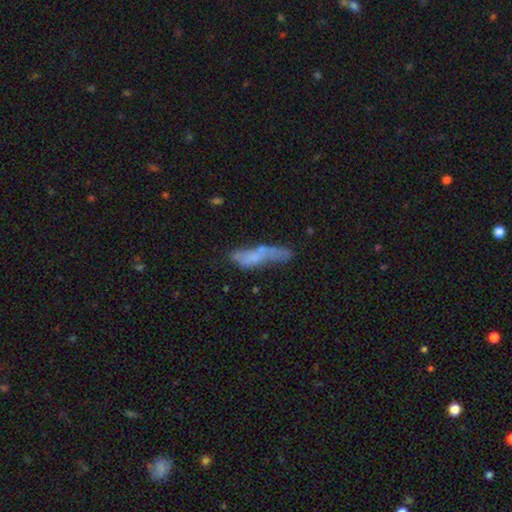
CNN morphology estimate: A smooth galaxy with no disk features (55%) that is cigar-shaped (69%). Merging: none (36%).